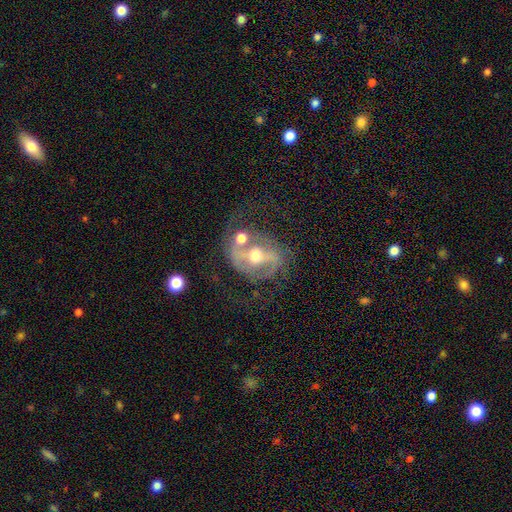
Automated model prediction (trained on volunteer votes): Q: Smooth or featured?
A: featured or disk (80%); runner-up: smooth (13%)
Q: Edge-on disk?
A: no (95%); runner-up: yes (5%)
Q: Bar?
A: strong (43%); runner-up: weak (33%)
Q: Spiral arms?
A: yes (73%); runner-up: no (27%)
Q: Spiral winding?
A: medium (46%); runner-up: loose (33%)
Q: Spiral arm count?
A: 2 (79%); runner-up: can't tell (10%)
Q: Bulge size?
A: moderate (73%); runner-up: small (15%)
Q: Merging?
A: none (45%); runner-up: merger (21%)